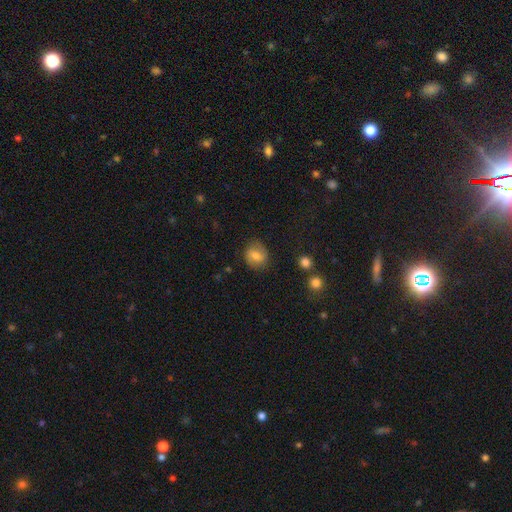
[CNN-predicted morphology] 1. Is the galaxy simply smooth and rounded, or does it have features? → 70% smooth, 21% featured or disk, 9% star or artifact.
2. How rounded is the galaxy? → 67% round, 32% in between, 1% cigar-shaped.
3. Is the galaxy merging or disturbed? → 79% none, 15% minor disturbance, 5% major disturbance, 2% merger.